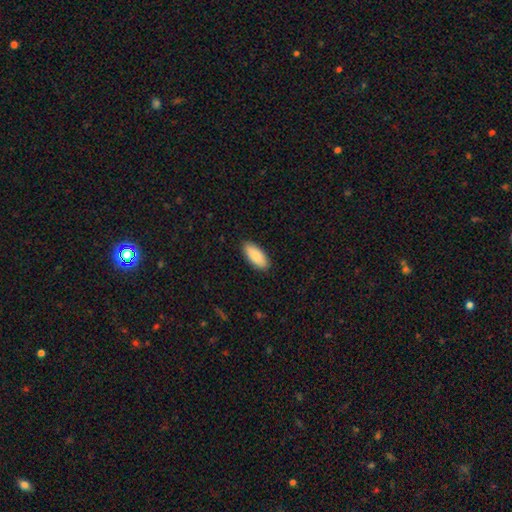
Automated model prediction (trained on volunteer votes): Smooth or featured? smooth (86%)
How rounded? in between (85%)
Merging? none (90%)